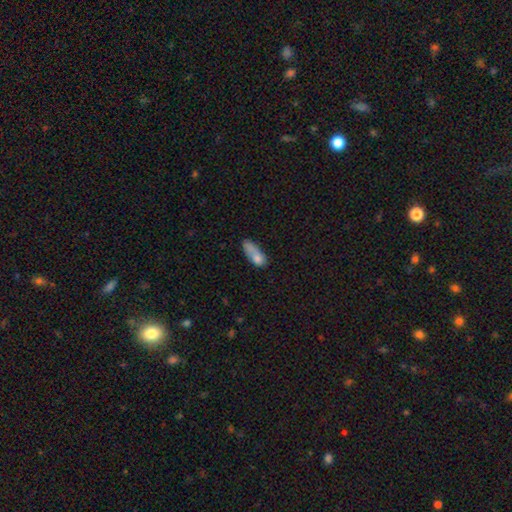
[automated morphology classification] Smooth or featured? Predicted: smooth (p=0.75). How rounded? Predicted: in between (p=0.71). Merging? Predicted: none (p=0.36).